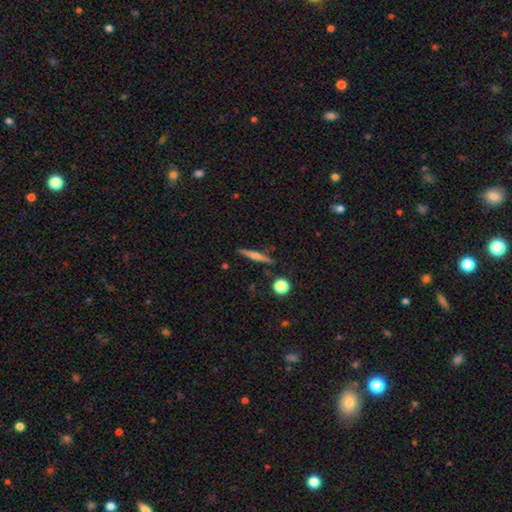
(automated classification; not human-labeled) Smooth or featured: featured or disk — 49% (smooth — 44%)
Merging: none — 88% (minor disturbance — 8%)